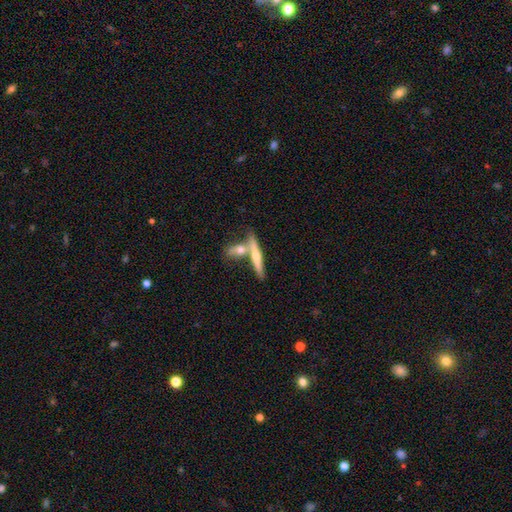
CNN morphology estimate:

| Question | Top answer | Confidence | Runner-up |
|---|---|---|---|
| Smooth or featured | featured or disk | 49% | smooth (45%) |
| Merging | none | 51% | merger (36%) |